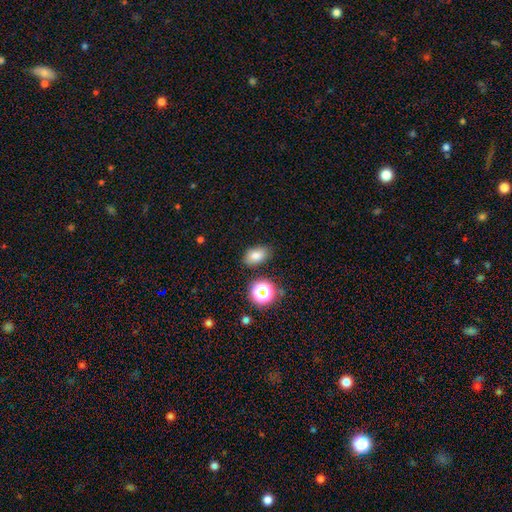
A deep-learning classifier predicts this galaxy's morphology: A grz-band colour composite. It shows a smooth galaxy with no disk features (77%) that is in between round and cigar-shaped (85%). Merging: none (82%).